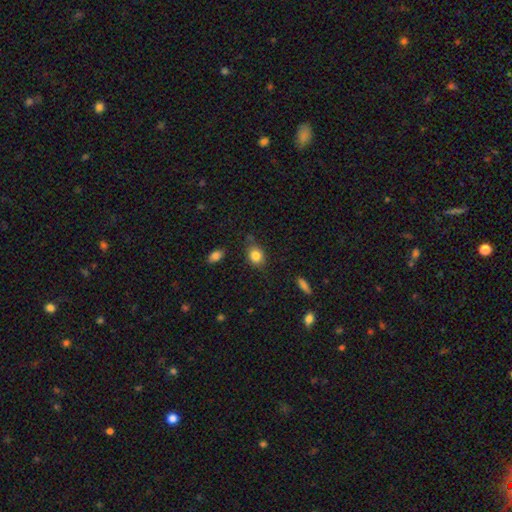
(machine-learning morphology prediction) smooth 83%, star or artifact 9%, featured or disk 7%. Down the decision tree: how rounded — in between (50%); merging — none (76%).